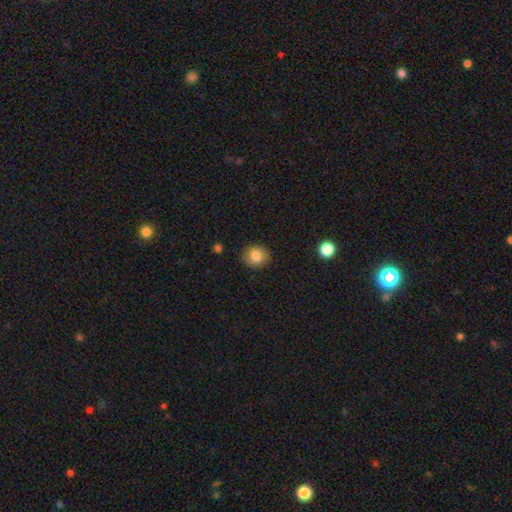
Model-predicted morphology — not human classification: smooth-or-featured: smooth: 82% | featured or disk: 10% | star or artifact: 9%
  how-rounded: round: 73% | in between: 26% | cigar-shaped: 1%
  merging: none: 87% | minor disturbance: 10% | major disturbance: 2% | merger: 1%